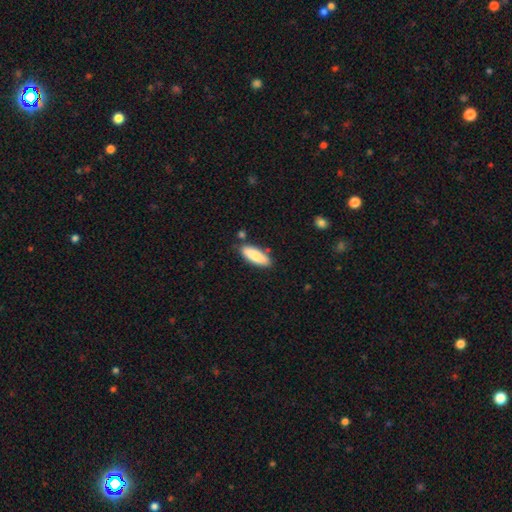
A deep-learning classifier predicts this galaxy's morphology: type=smooth (80%); roundness=in between (58%); merging=none (82%).